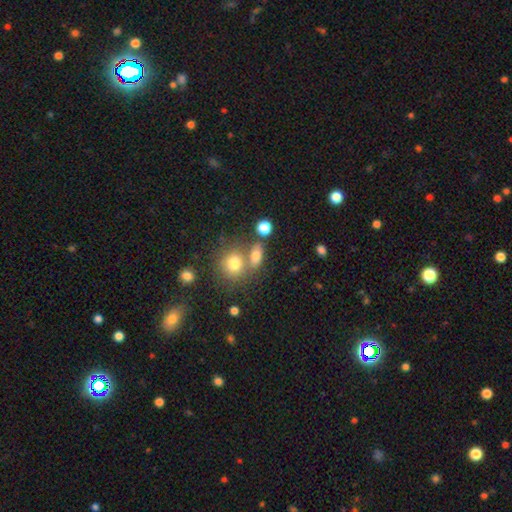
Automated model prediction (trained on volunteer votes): Morphology: type=smooth (75%); roundness=in between (65%); merging=none (55%).